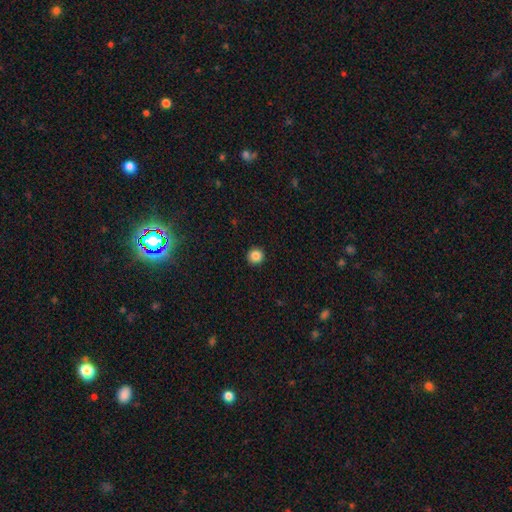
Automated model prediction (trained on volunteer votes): smooth 86%, star or artifact 10%, featured or disk 4%. Down the decision tree: how rounded — round (95%); merging — none (93%).